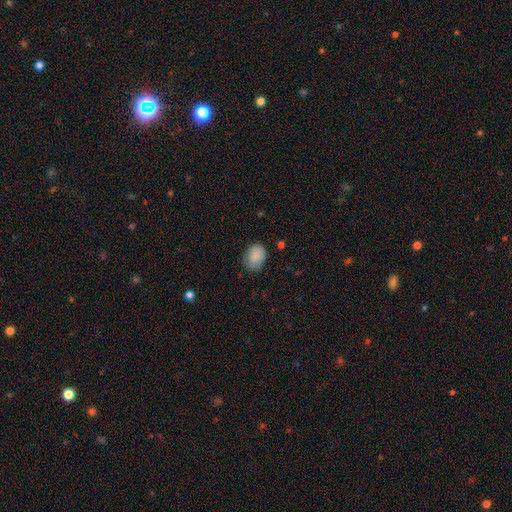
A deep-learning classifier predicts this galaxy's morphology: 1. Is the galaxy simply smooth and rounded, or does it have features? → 86% smooth, 8% star or artifact, 6% featured or disk.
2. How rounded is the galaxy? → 59% in between, 40% round, 1% cigar-shaped.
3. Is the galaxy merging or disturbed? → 72% none, 22% minor disturbance, 5% major disturbance, 1% merger.